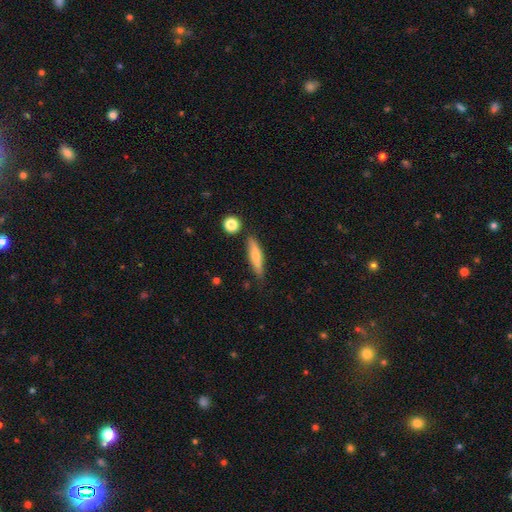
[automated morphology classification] Overall: smooth (63%; featured or disk 31%). How rounded: cigar-shaped (80%). Merging: none (78%).